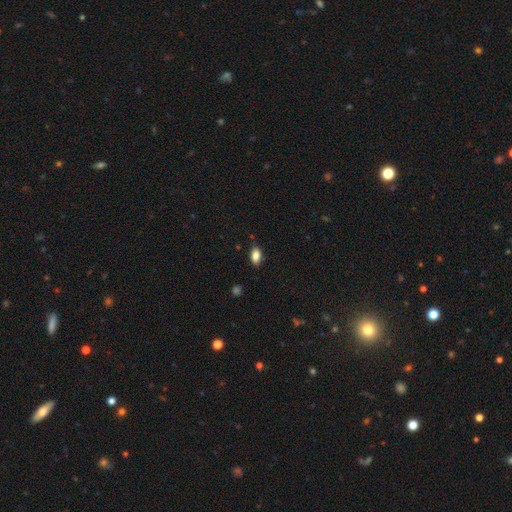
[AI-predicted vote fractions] Smooth or featured? Predicted: smooth (p=0.86). How rounded? Predicted: in between (p=0.90). Merging? Predicted: none (p=0.84).